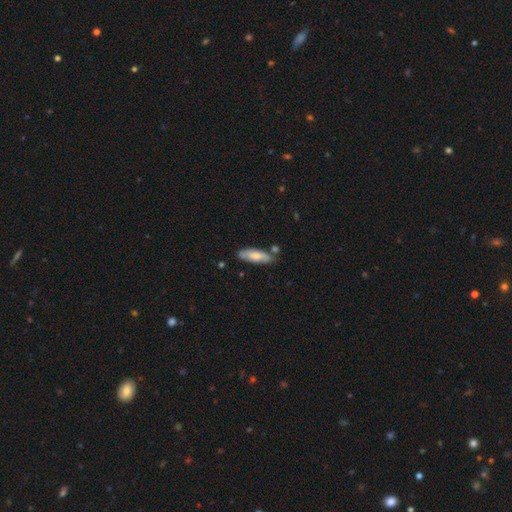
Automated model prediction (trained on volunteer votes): Smooth or featured? smooth (69%)
How rounded? in between (54%)
Merging? none (70%)